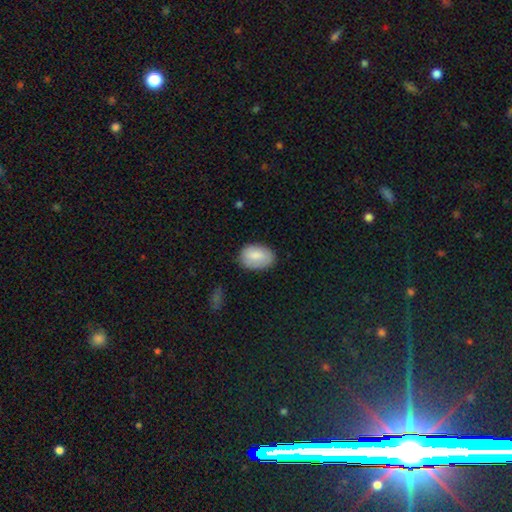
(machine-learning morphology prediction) A smooth galaxy with no disk features (81%) that is in between round and cigar-shaped (85%).

Vote fractions:
- Smooth or featured? smooth: 81% / featured or disk: 13% / star or artifact: 6%
- How rounded? in between: 85% / round: 14% / cigar-shaped: 1%
- Merging? none: 76% / minor disturbance: 19% / major disturbance: 4% / merger: 1%